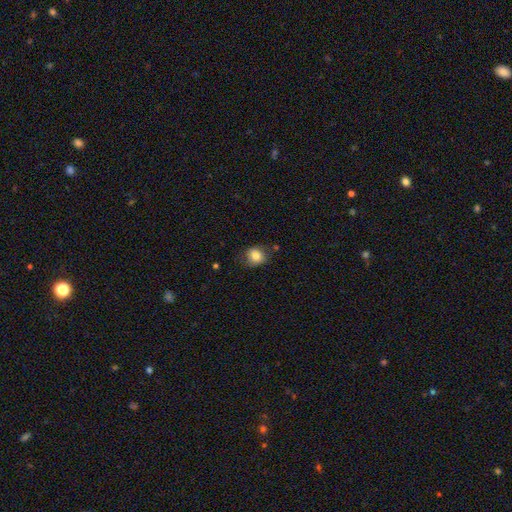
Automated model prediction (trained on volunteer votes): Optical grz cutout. It shows a smooth galaxy with no disk features (81%) that is round (69%). Merging: none (74%).